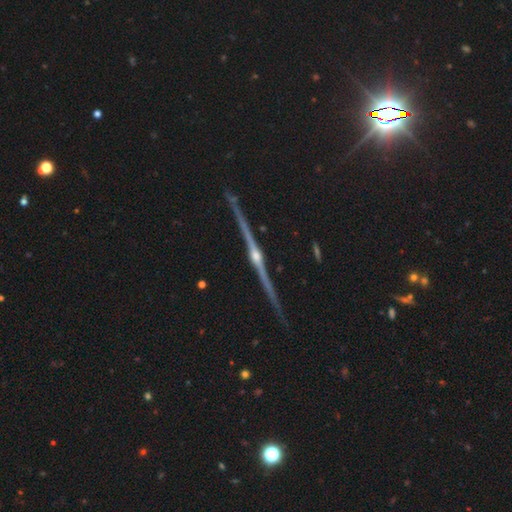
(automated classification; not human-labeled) Q: Smooth or featured?
A: featured or disk (89%); runner-up: star or artifact (7%)
Q: Edge-on disk?
A: yes (98%); runner-up: no (2%)
Q: Edge-on bulge?
A: rounded (92%); runner-up: none (4%)
Q: Merging?
A: none (92%); runner-up: minor disturbance (6%)